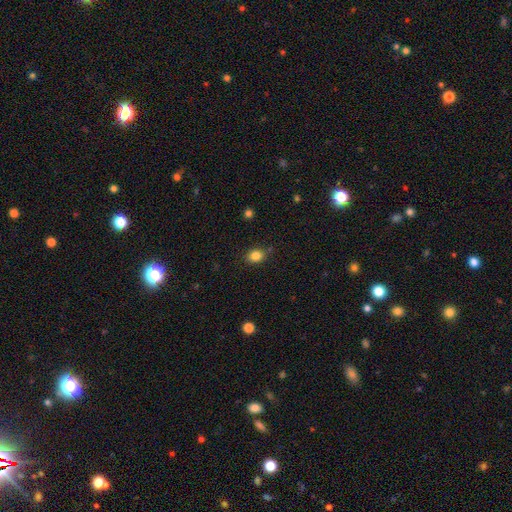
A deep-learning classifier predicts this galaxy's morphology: This is clearly a smooth galaxy (84%). How rounded: possibly in between (58%). Merging: clearly none (82%).